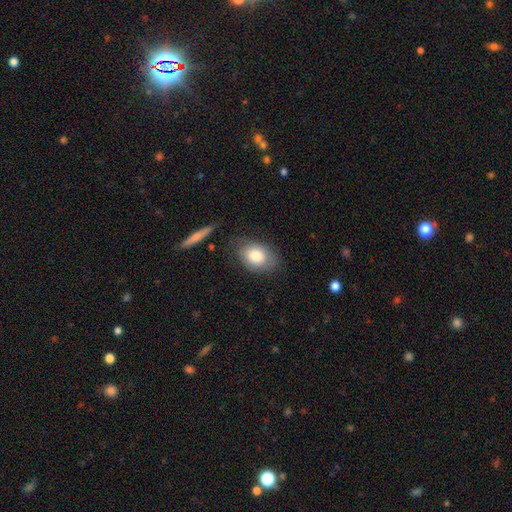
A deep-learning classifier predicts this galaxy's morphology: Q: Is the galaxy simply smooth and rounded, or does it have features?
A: smooth — 76%.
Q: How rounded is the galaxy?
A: in between — 79%.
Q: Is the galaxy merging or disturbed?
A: none — 71%.